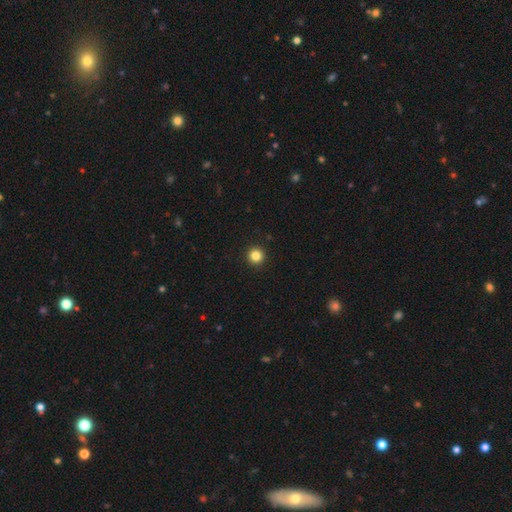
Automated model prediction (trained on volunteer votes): A smooth galaxy with no disk features (84%) that is round (96%). Merging: none (94%).